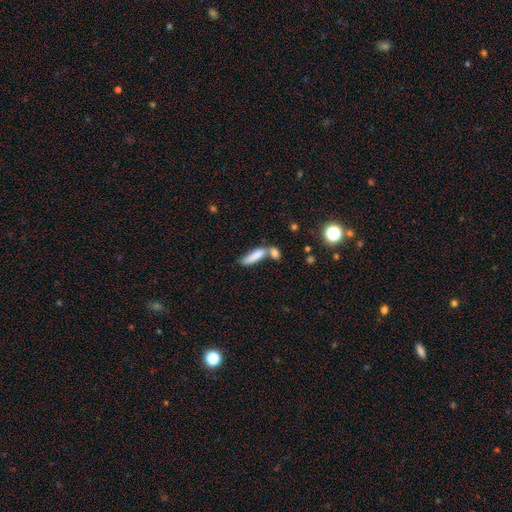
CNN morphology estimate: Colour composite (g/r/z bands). It shows a smooth galaxy with no disk features (79%) that is cigar-shaped (61%). Merging: merger (45%).